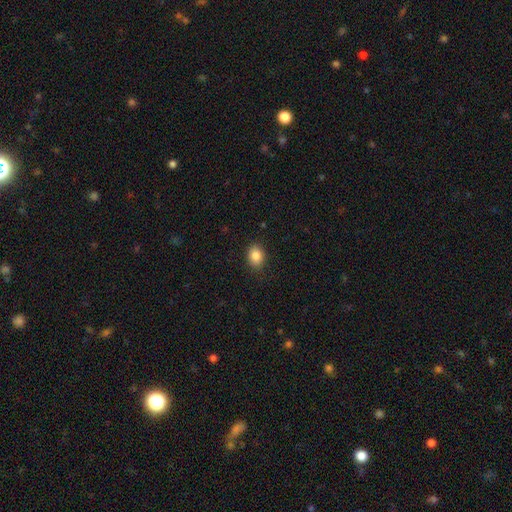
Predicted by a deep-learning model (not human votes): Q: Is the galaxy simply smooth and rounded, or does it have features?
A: smooth — 86%.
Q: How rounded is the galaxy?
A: in between — 62%.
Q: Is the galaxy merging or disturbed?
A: none — 88%.